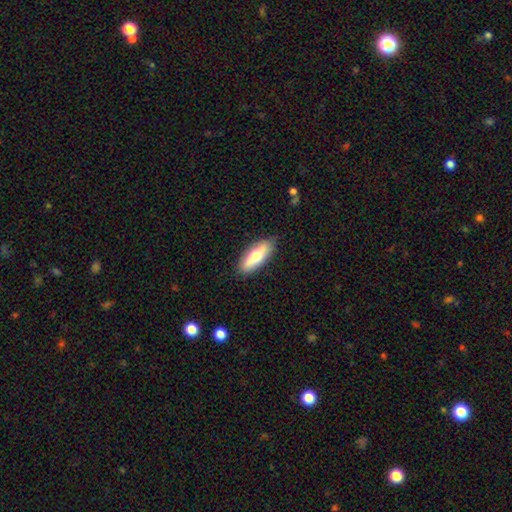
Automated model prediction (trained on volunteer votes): smooth_or_featured: smooth (p=0.66) [alt: featured or disk p=0.28]
how_rounded: in between (p=0.60) [alt: cigar-shaped p=0.37]
merging: none (p=0.86) [alt: minor disturbance p=0.11]